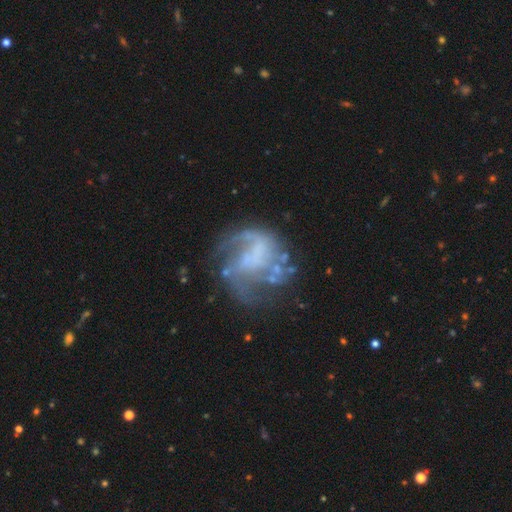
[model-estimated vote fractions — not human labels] A featured or disk galaxy (75%) with no bar (60%), 2 (29%) loose (40%) spiral arms (72%) and no central bulge (66%). Merging: none (47%).